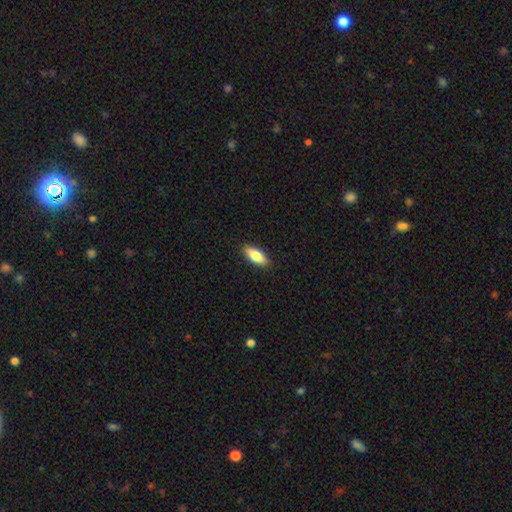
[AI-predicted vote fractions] Smooth or featured? smooth (79%)
How rounded? in between (75%)
Merging? none (90%)